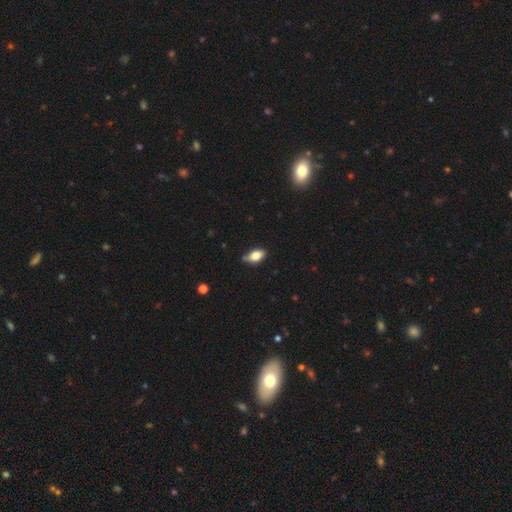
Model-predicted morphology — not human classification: smooth 79%, featured or disk 13%, star or artifact 8%. Down the decision tree: how rounded — in between (89%); merging — none (72%).